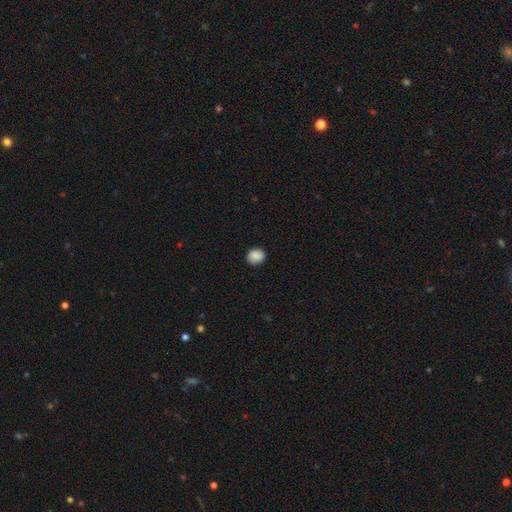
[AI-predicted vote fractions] A smooth galaxy with no disk features (89%) that is round (75%).

Vote fractions:
- Smooth or featured? smooth: 89% / star or artifact: 9% / featured or disk: 3%
- How rounded? round: 75% / in between: 24% / cigar-shaped: 1%
- Merging? none: 88% / minor disturbance: 9% / major disturbance: 2% / merger: 1%